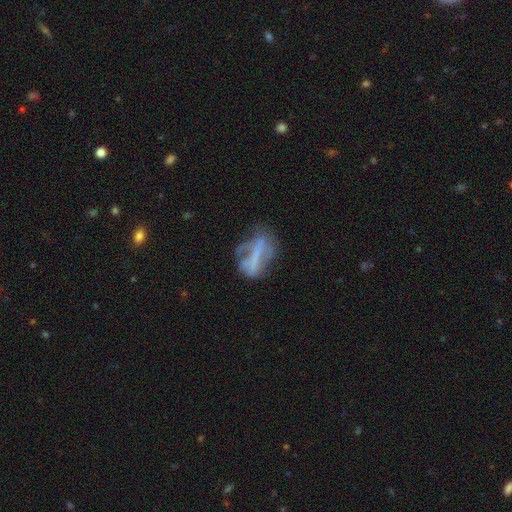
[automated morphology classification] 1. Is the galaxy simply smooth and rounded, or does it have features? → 55% featured or disk, 32% smooth, 13% star or artifact.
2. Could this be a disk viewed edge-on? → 87% no, 13% yes.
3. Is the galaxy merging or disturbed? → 41% none, 28% major disturbance, 24% minor disturbance, 7% merger.